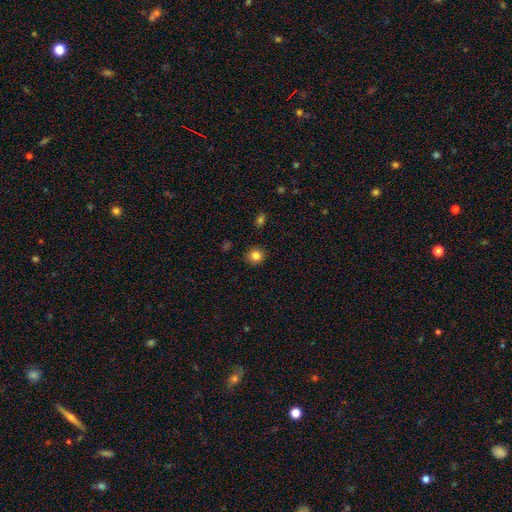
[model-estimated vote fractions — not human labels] smooth-or-featured: smooth: 84% | star or artifact: 11% | featured or disk: 5%
  how-rounded: round: 87% | in between: 12% | cigar-shaped: 1%
  merging: none: 90% | minor disturbance: 7% | major disturbance: 2% | merger: 1%